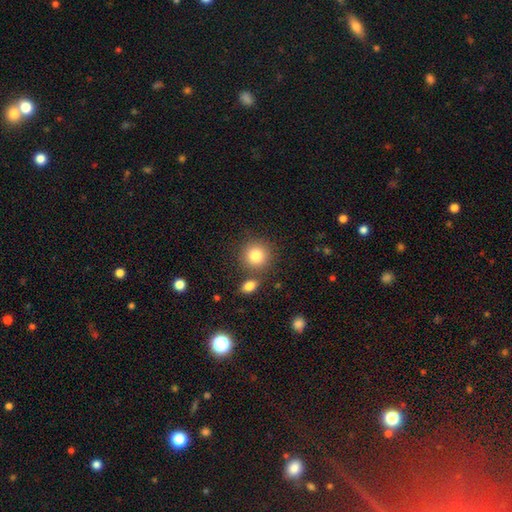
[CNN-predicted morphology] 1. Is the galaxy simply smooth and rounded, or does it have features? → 83% smooth, 10% star or artifact, 8% featured or disk.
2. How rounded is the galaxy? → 90% round, 9% in between, 1% cigar-shaped.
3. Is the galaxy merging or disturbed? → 74% none, 14% merger, 9% minor disturbance, 3% major disturbance.